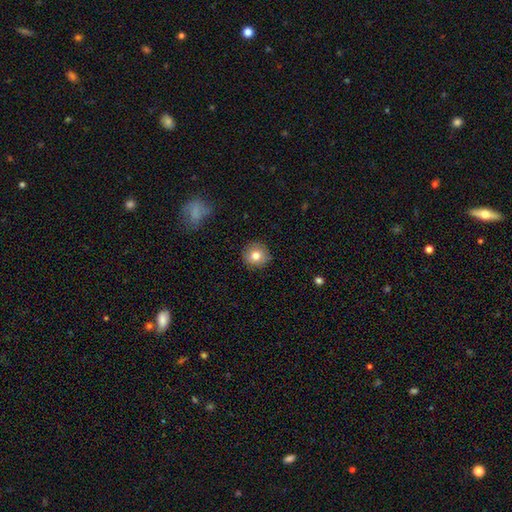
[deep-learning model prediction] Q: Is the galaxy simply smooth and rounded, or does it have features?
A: smooth — 80%.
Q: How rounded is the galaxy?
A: round — 93%.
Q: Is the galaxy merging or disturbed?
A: none — 90%.